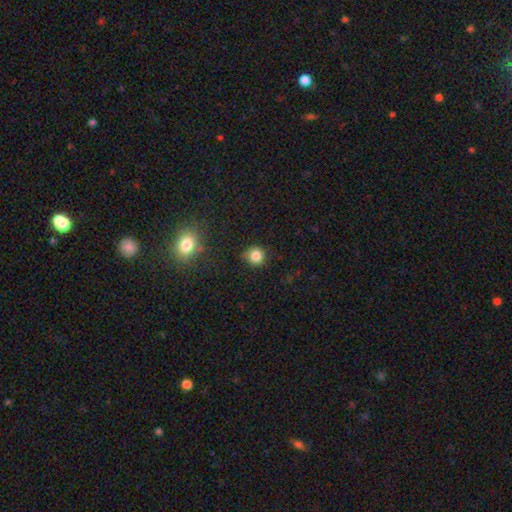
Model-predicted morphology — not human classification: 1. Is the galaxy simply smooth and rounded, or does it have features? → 83% smooth, 11% star or artifact, 5% featured or disk.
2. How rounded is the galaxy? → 90% round, 9% in between, 1% cigar-shaped.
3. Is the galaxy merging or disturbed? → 77% none, 16% minor disturbance, 4% major disturbance, 2% merger.